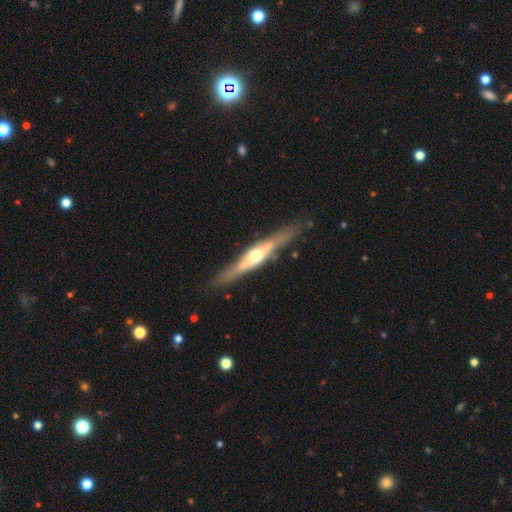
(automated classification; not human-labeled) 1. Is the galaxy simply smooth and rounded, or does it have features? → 71% featured or disk, 24% smooth, 5% star or artifact.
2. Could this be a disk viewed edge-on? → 94% yes, 6% no.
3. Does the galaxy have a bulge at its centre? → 90% rounded, 6% boxy, 4% none.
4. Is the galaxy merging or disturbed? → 83% none, 12% minor disturbance, 3% major disturbance, 2% merger.